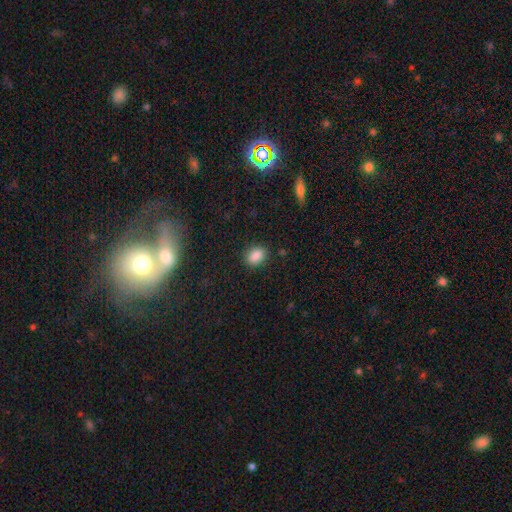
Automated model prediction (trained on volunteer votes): Overall: smooth (87%). How rounded: in between (75%). Merging: none (86%).